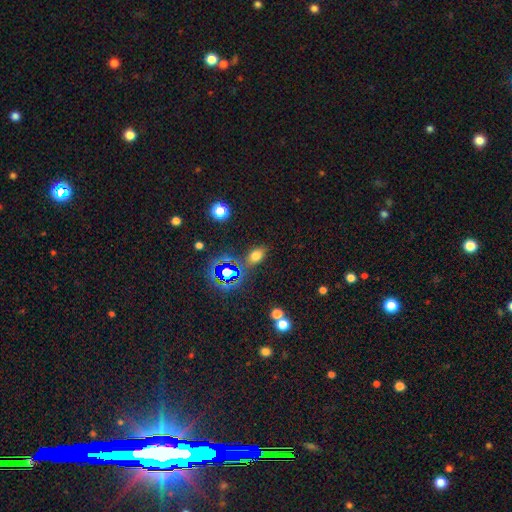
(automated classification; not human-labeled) Smooth or featured? Predicted: smooth (p=0.64). How rounded? Predicted: in between (p=0.79). Merging? Predicted: none (p=0.80).